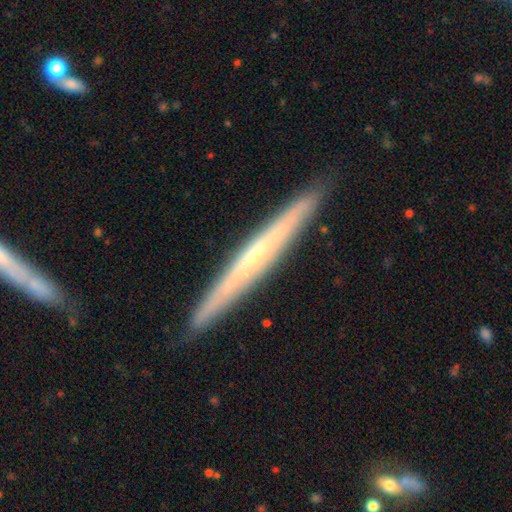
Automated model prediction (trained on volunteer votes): smooth_or_featured: featured or disk (p=0.65) [alt: smooth p=0.29]
disk_edge_on: yes (p=0.95) [alt: no p=0.05]
edge_on_bulge: none (p=0.60) [alt: rounded p=0.35]
merging: none (p=0.91) [alt: minor disturbance p=0.07]